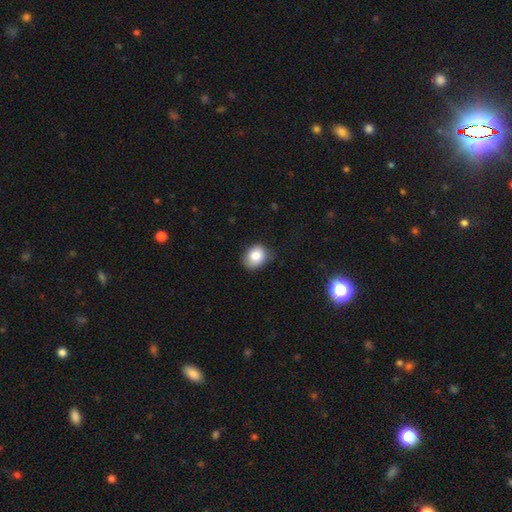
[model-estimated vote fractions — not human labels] Q: Smooth or featured?
A: smooth (84%); runner-up: star or artifact (9%)
Q: How rounded?
A: round (52%); runner-up: in between (47%)
Q: Merging?
A: none (75%); runner-up: minor disturbance (21%)